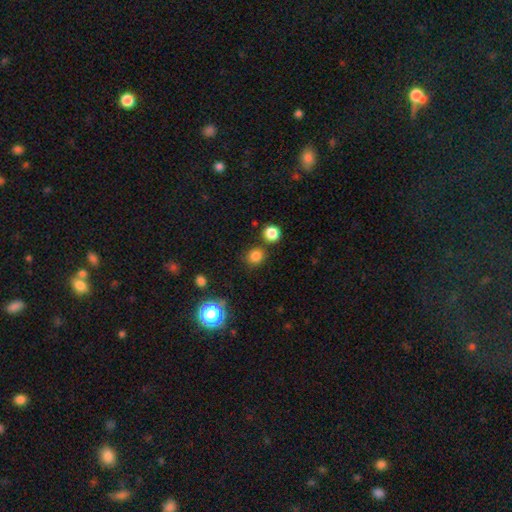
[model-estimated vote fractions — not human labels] Smooth or featured?
  - smooth: 80% *
  - star or artifact: 16%
  - featured or disk: 4%
How rounded?
  - round: 85% *
  - in between: 14%
  - cigar-shaped: 1%
Merging?
  - none: 79% *
  - minor disturbance: 9%
  - merger: 8%
  - major disturbance: 3%